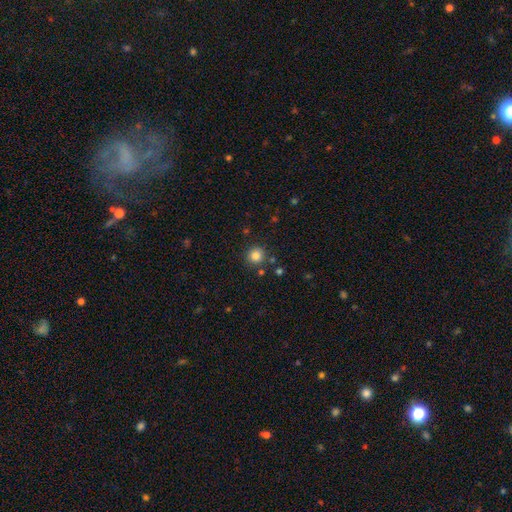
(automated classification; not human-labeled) The model was most divided on "smooth or featured": smooth: 83%, star or artifact: 12%, featured or disk: 5%. More confident: how rounded — round (94%); merging — none (86%).